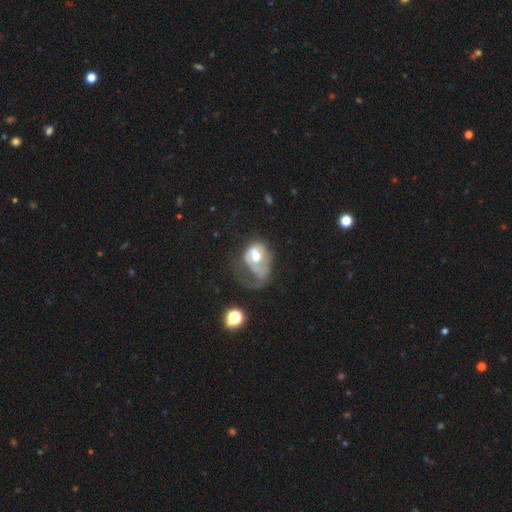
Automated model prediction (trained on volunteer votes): This appears to be a featured or disk galaxy (51%). Merging: major disturbance (62%).